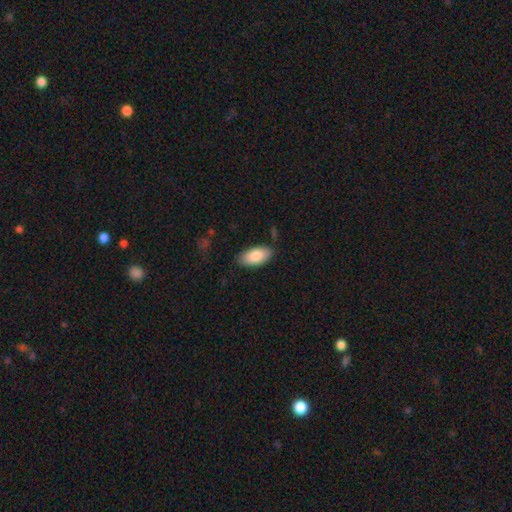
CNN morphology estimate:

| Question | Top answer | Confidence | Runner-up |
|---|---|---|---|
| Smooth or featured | smooth | 86% | featured or disk (8%) |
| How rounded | in between | 93% | cigar-shaped (4%) |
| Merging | none | 83% | minor disturbance (13%) |